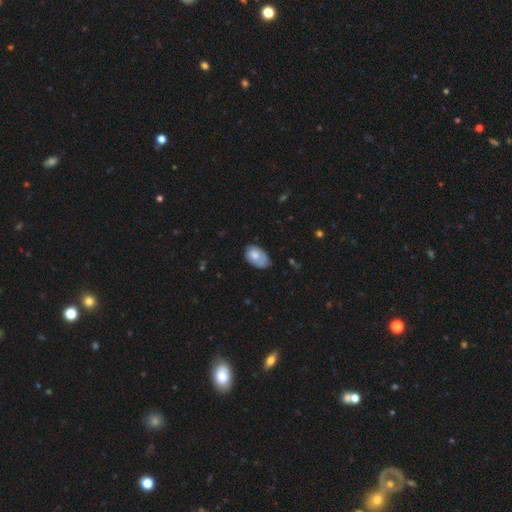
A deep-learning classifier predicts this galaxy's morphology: A smooth galaxy with no disk features (75%) that is in between round and cigar-shaped (90%). Merging: none (55%).